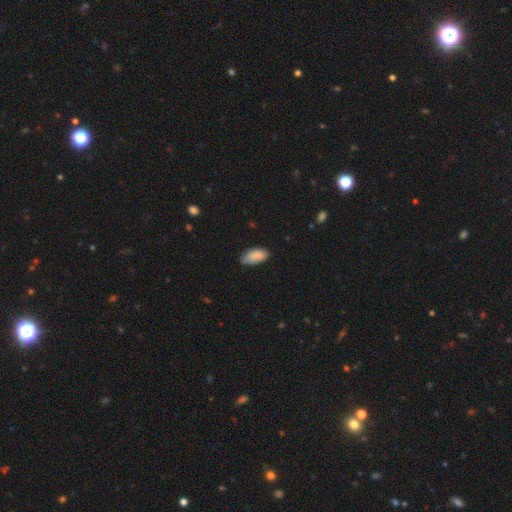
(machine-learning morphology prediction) type=smooth (88%); roundness=in between (94%); merging=none (68%).